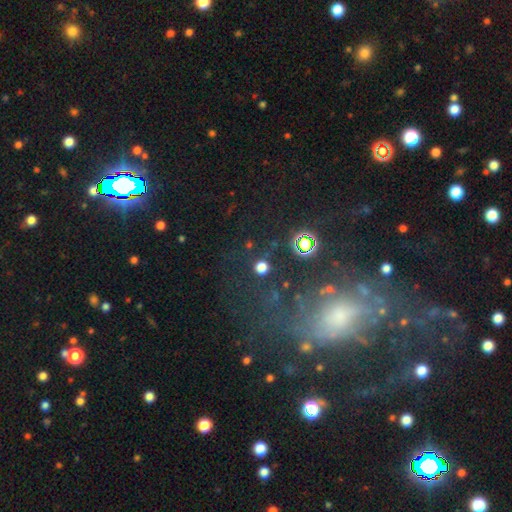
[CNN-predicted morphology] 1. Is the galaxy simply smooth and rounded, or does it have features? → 51% featured or disk, 27% star or artifact, 22% smooth.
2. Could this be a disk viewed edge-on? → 91% no, 9% yes.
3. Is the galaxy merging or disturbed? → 54% none, 23% major disturbance, 17% minor disturbance, 6% merger.